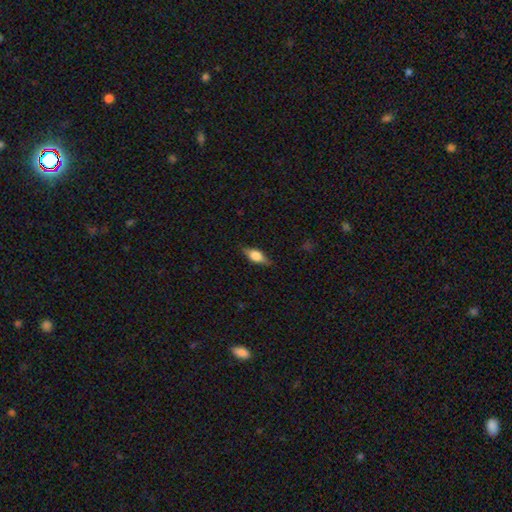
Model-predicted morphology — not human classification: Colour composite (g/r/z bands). It shows a smooth galaxy with no disk features (61%) that is in between round and cigar-shaped (74%). Merging: none (82%).